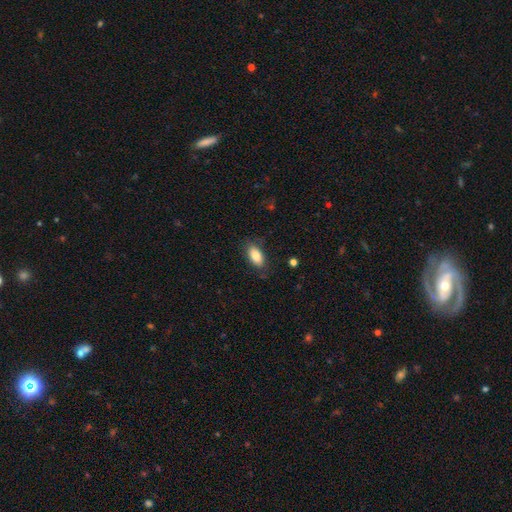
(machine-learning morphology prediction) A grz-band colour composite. It shows a smooth galaxy with no disk features (83%) that is in between round and cigar-shaped (90%). Merging: none (81%).